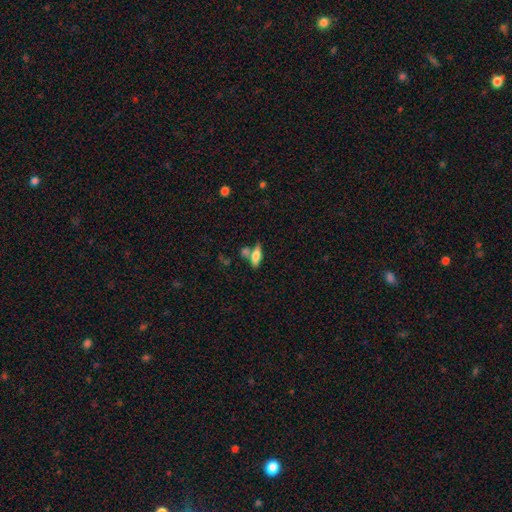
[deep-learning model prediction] smooth 66%, featured or disk 26%, star or artifact 8%. Down the decision tree: how rounded — in between (59%); merging — none (56%).